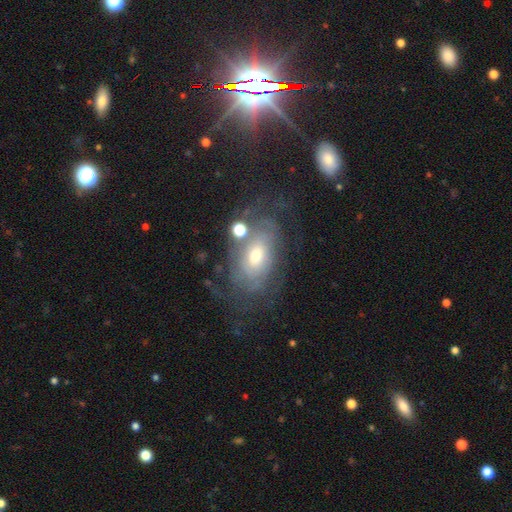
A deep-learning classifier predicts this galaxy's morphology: Smooth or featured?
  - featured or disk: 70% *
  - smooth: 21%
  - star or artifact: 9%
Edge-on disk?
  - no: 93% *
  - yes: 7%
Bar?
  - no: 70% *
  - weak: 25%
  - strong: 5%
Spiral arms?
  - yes: 79% *
  - no: 21%
Spiral winding?
  - tight: 62% *
  - medium: 26%
  - loose: 12%
Spiral arm count?
  - can't tell: 61% *
  - 2: 15%
  - 3: 8%
  - 4: 6%
  - 1: 5%
  - more than 4: 5%
Bulge size?
  - moderate: 56% *
  - small: 34%
  - large: 7%
  - none: 1%
  - dominant: 1%
Merging?
  - none: 56% *
  - minor disturbance: 20%
  - major disturbance: 17%
  - merger: 7%